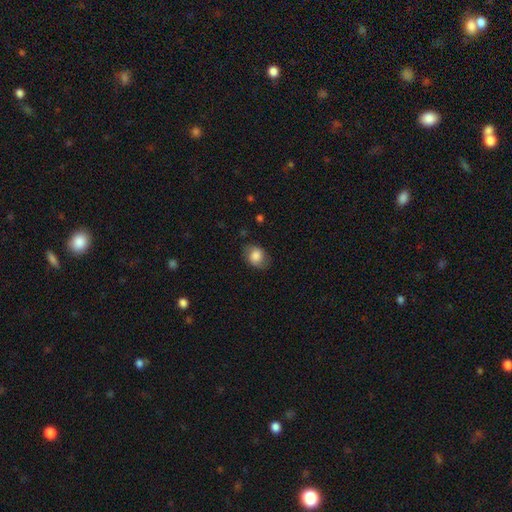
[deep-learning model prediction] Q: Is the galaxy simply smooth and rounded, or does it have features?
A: smooth — 76%.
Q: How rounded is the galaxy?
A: in between — 56%.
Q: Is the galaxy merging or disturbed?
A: none — 72%.